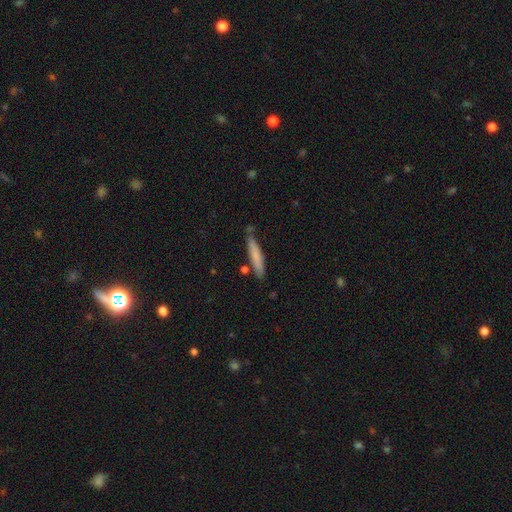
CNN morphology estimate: Smooth or featured?
  - smooth: 75% *
  - featured or disk: 19%
  - star or artifact: 6%
How rounded?
  - cigar-shaped: 91% *
  - in between: 8%
  - round: 1%
Merging?
  - none: 78% *
  - minor disturbance: 15%
  - merger: 5%
  - major disturbance: 3%